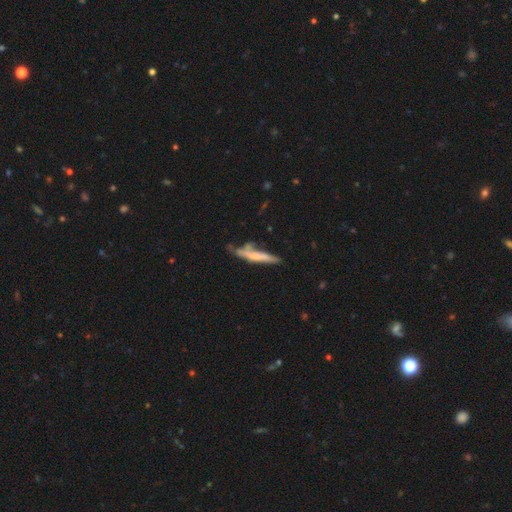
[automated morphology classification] Smooth or featured? smooth (52%)
How rounded? cigar-shaped (91%)
Merging? none (53%)